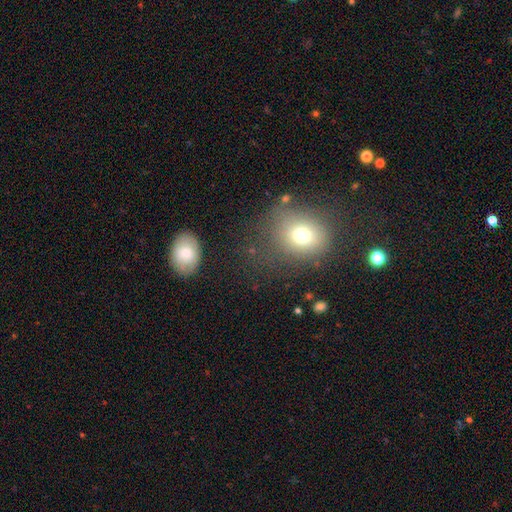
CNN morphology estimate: The model was most divided on "how rounded": round: 65%, in between: 34%, cigar-shaped: 2%. More confident: merging — none (68%); smooth or featured — smooth (64%).